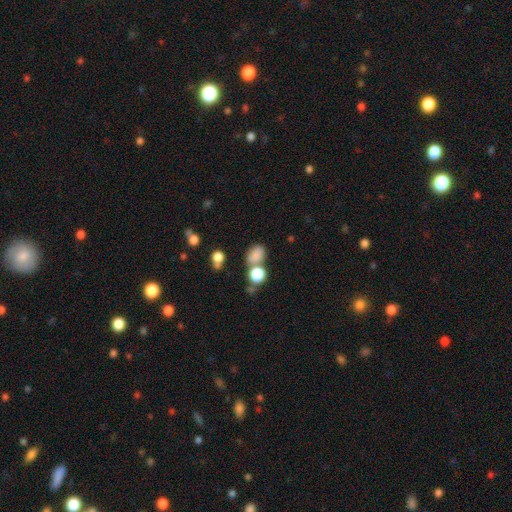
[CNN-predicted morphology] smooth-or-featured: smooth: 80% | star or artifact: 14% | featured or disk: 7%
  how-rounded: in between: 58% | round: 41% | cigar-shaped: 2%
  merging: none: 50% | merger: 29% | minor disturbance: 14% | major disturbance: 7%